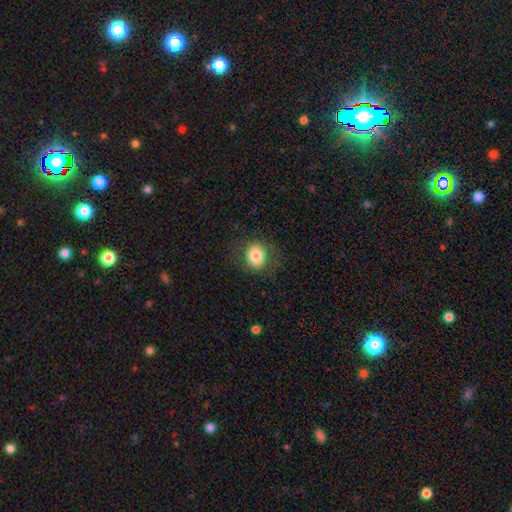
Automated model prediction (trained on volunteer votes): Morphology: type=smooth (80%); roundness=round (69%); merging=none (81%).